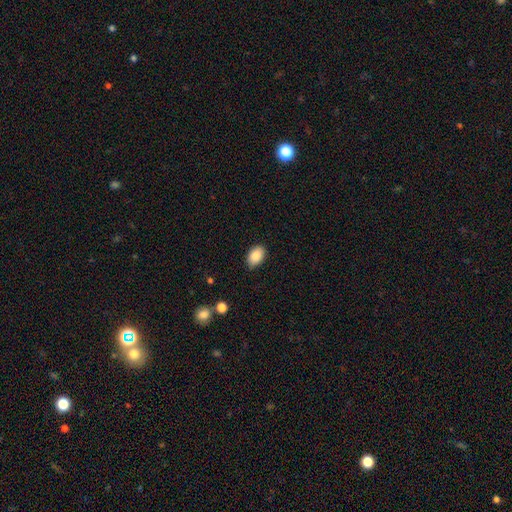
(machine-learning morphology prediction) Overall: smooth (88%). How rounded: in between (90%). Merging: none (85%).